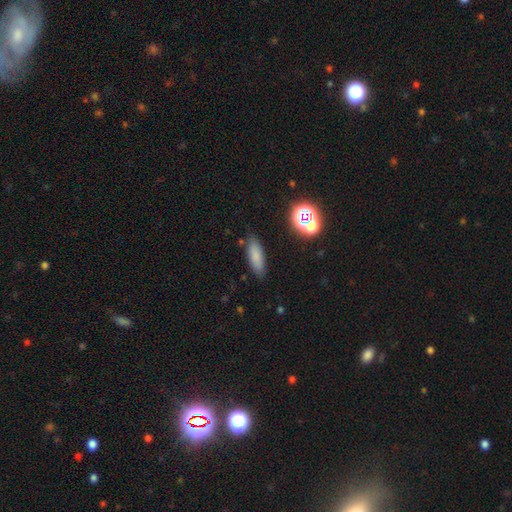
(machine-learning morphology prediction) smooth 79%, star or artifact 12%, featured or disk 9%. Down the decision tree: how rounded — in between (59%); merging — none (83%).